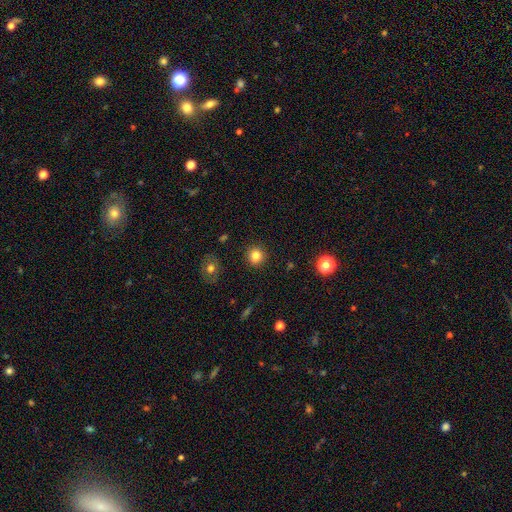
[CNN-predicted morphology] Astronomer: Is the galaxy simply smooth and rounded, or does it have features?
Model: smooth — 81%.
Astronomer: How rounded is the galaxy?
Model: round — 91%.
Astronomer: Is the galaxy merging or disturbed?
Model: none — 91%.